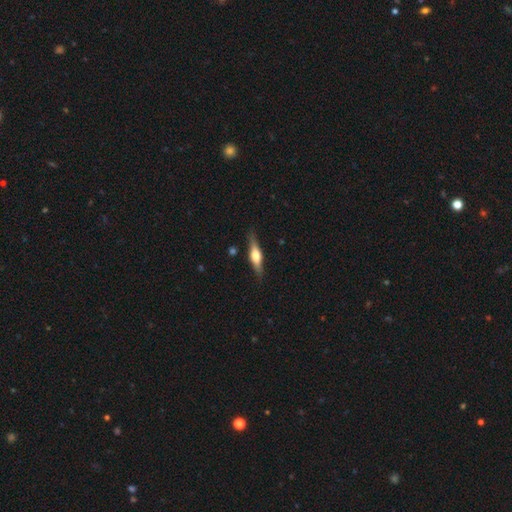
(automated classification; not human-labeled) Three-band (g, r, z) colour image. It shows a featured or disk galaxy (57%) viewed edge-on (94%) with a rounded central bulge (91%). Merging: none (84%).